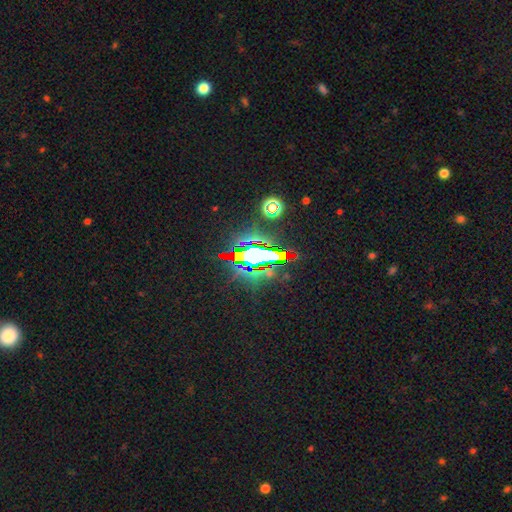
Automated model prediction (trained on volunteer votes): Q: Smooth or featured?
A: star or artifact (67%); runner-up: smooth (18%)